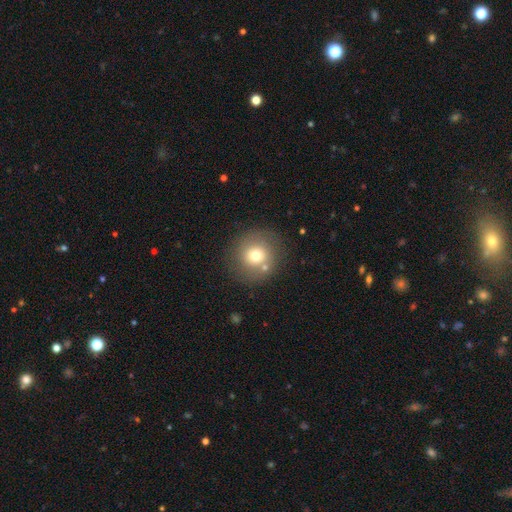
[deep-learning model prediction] Morphology: type=smooth (68%); roundness=round (91%); merging=none (78%).